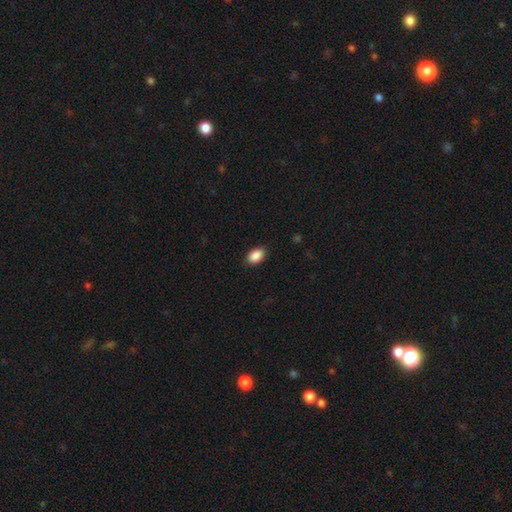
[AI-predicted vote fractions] Smooth or featured? smooth (90%)
How rounded? in between (88%)
Merging? none (88%)